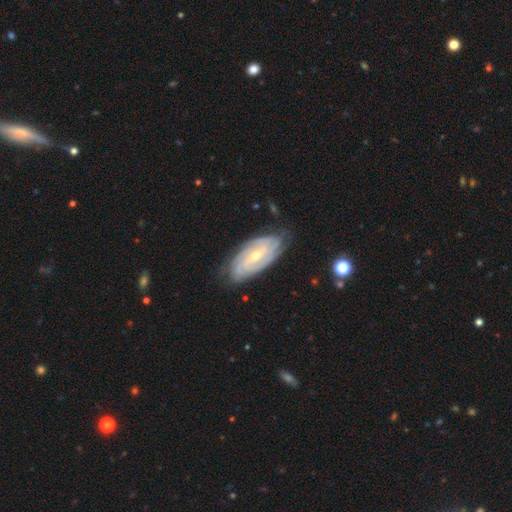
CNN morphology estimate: Smooth or featured? featured or disk (85%)
Edge-on disk? no (94%)
Bar? weak (43%)
Spiral arms? yes (96%)
Spiral winding? tight (72%)
Spiral arm count? can't tell (29%)
Bulge size? small (61%)
Merging? none (77%)